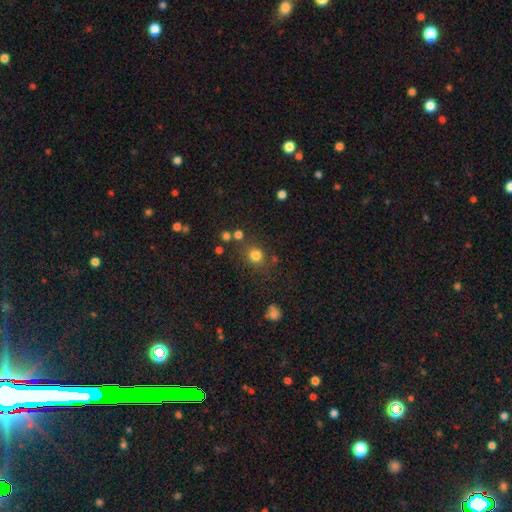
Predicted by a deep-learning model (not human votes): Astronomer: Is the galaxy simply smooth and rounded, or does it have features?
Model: smooth — 78%.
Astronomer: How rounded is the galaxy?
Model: round — 82%.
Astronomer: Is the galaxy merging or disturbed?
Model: none — 76%.